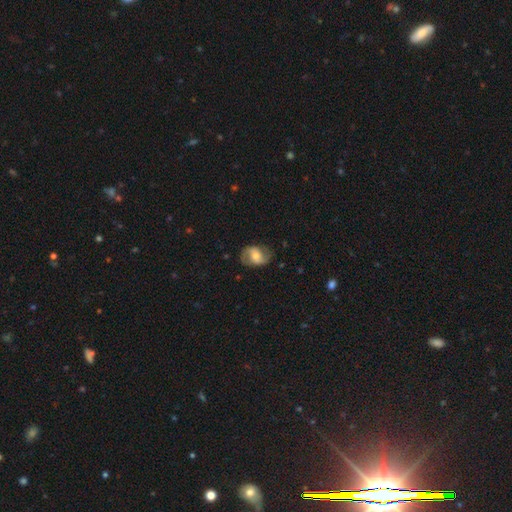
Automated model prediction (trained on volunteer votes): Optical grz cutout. It shows a featured or disk galaxy (68%) with a weak bar (43%), 2 (88%) medium (47%) spiral arms (89%) and a moderate central bulge (55%). Merging: none (74%).